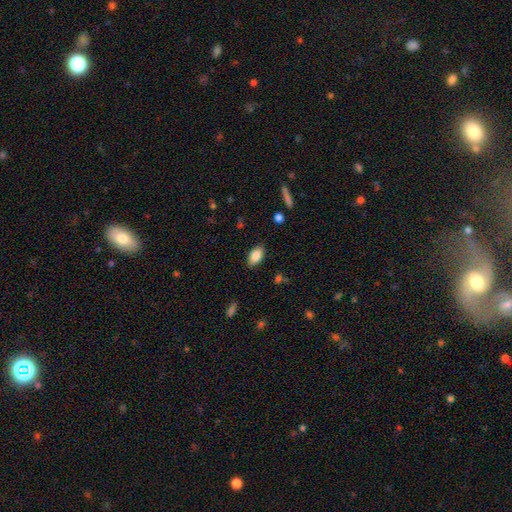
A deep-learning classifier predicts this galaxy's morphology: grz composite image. It shows a smooth galaxy with no disk features (84%) that is in between round and cigar-shaped (92%). Merging: none (86%).